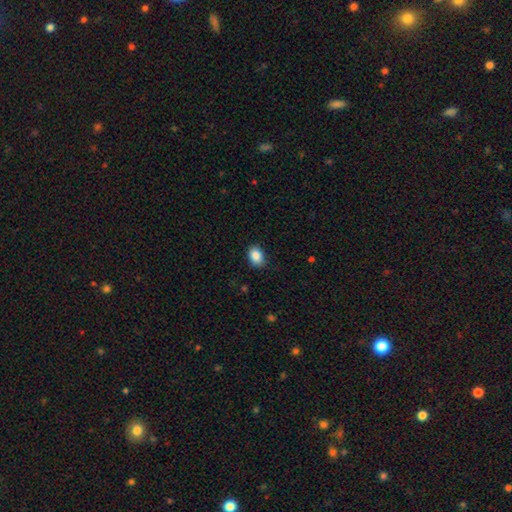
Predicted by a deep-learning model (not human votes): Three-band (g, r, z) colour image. It shows a smooth galaxy with no disk features (88%) that is in between round and cigar-shaped (71%). Merging: none (82%).